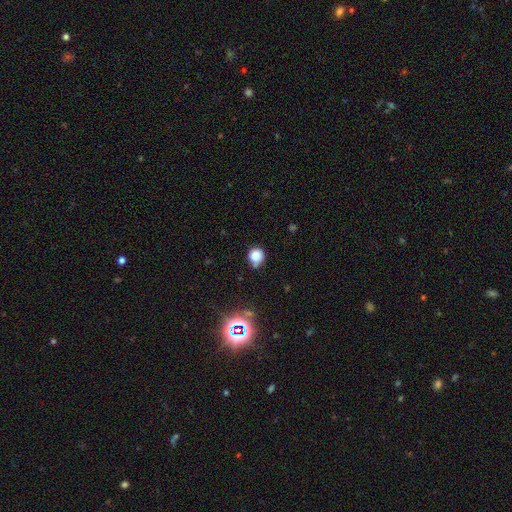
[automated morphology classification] smooth 79%, star or artifact 14%, featured or disk 7%. Down the decision tree: how rounded — round (82%); merging — none (59%).